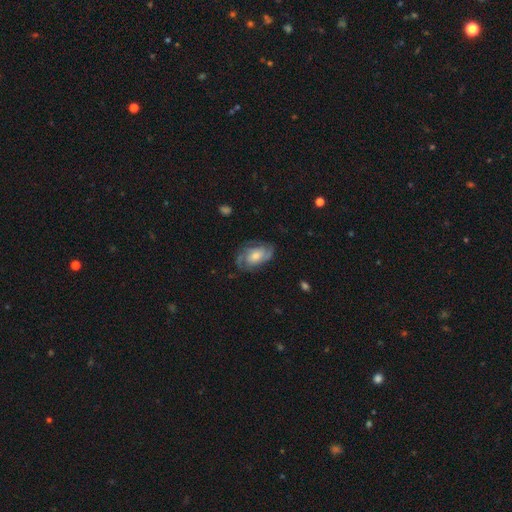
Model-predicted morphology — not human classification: Q: Smooth or featured?
A: featured or disk (76%); runner-up: smooth (18%)
Q: Edge-on disk?
A: no (96%); runner-up: yes (4%)
Q: Bar?
A: no (67%); runner-up: weak (28%)
Q: Spiral arms?
A: yes (93%); runner-up: no (7%)
Q: Spiral winding?
A: tight (48%); runner-up: medium (40%)
Q: Spiral arm count?
A: 2 (39%); runner-up: can't tell (23%)
Q: Bulge size?
A: moderate (50%); runner-up: small (33%)
Q: Merging?
A: none (71%); runner-up: minor disturbance (19%)